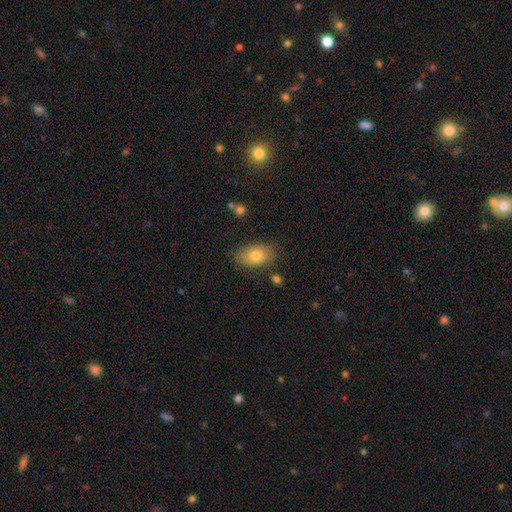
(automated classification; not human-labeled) A smooth galaxy with no disk features (76%) that is in between round and cigar-shaped (89%).

Vote fractions:
- Smooth or featured? smooth: 76% / featured or disk: 16% / star or artifact: 8%
- How rounded? in between: 89% / round: 9% / cigar-shaped: 2%
- Merging? none: 78% / minor disturbance: 16% / major disturbance: 4% / merger: 2%